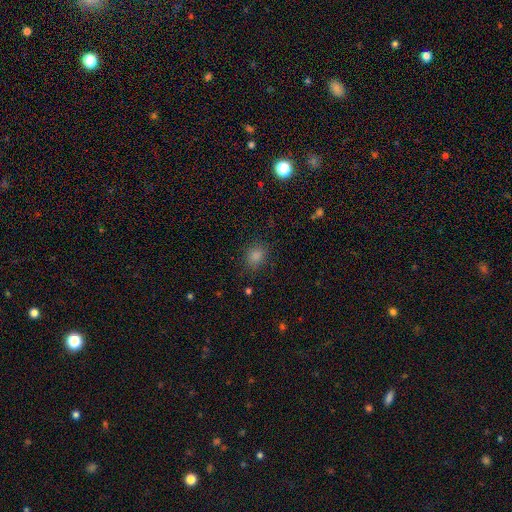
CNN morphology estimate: A smooth galaxy with no disk features (77%) that is round (65%). Merging: none (85%).